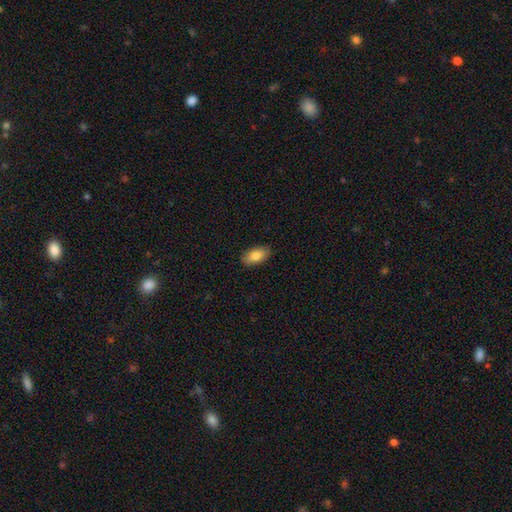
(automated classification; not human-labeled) Smooth or featured? Predicted: smooth (p=0.82). How rounded? Predicted: in between (p=0.92). Merging? Predicted: none (p=0.89).